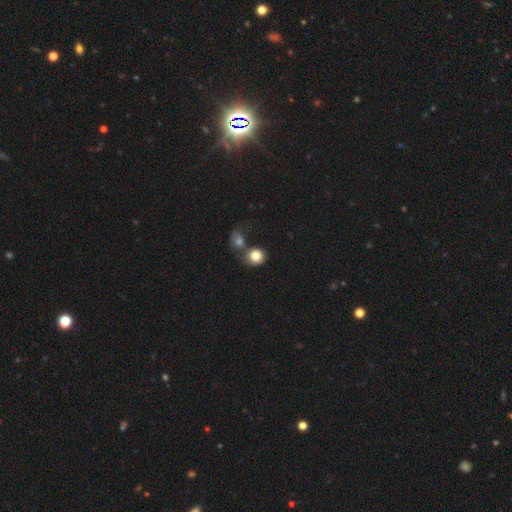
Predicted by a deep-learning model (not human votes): This is clearly a smooth galaxy (82%). How rounded: likely round (77%). Merging: marginally none (44%).